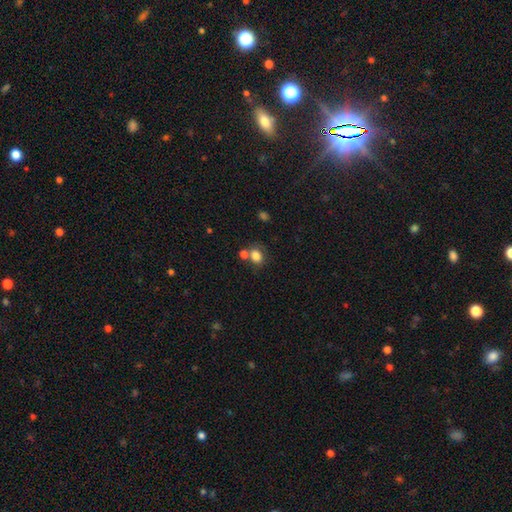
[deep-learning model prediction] smooth 81%, star or artifact 11%, featured or disk 8%. Down the decision tree: how rounded — in between (56%); merging — none (52%).